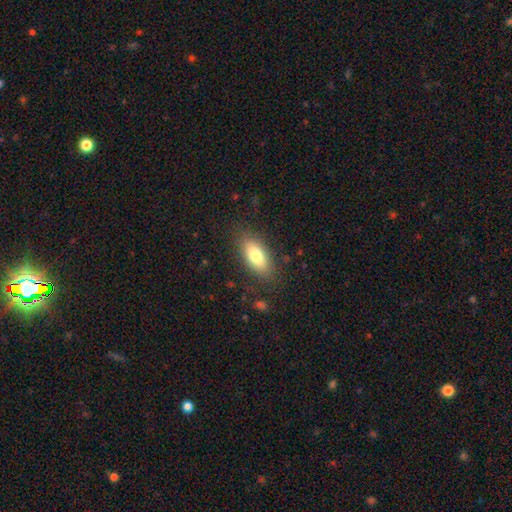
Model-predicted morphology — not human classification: A smooth galaxy with no disk features (77%) that is in between round and cigar-shaped (81%). Merging: none (84%).